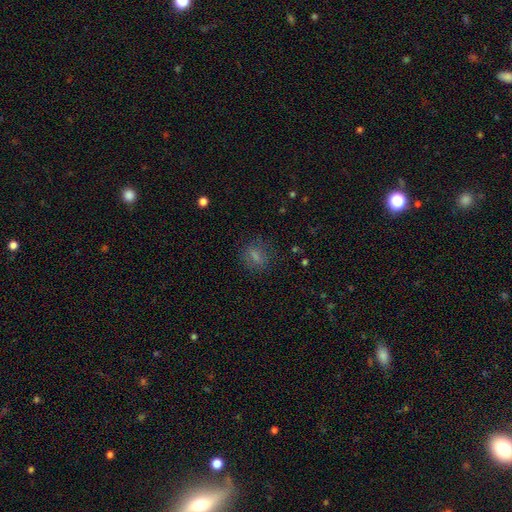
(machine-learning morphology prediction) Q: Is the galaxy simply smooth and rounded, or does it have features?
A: smooth — 71%.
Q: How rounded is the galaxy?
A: in between — 49%.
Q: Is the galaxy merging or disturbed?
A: none — 77%.